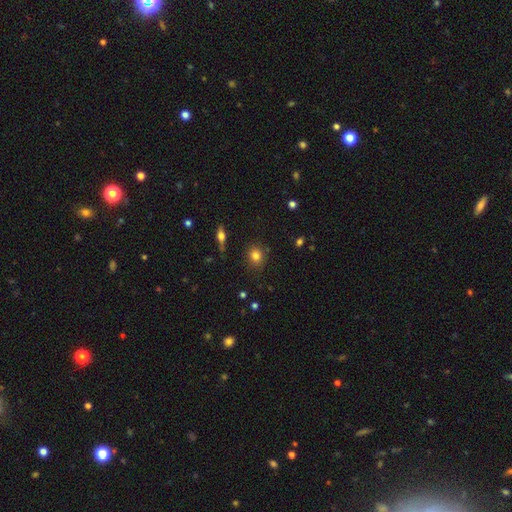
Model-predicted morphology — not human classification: Smooth or featured?
  - smooth: 80% *
  - star or artifact: 11%
  - featured or disk: 9%
How rounded?
  - round: 76% *
  - in between: 23%
  - cigar-shaped: 2%
Merging?
  - none: 84% *
  - minor disturbance: 11%
  - major disturbance: 3%
  - merger: 2%